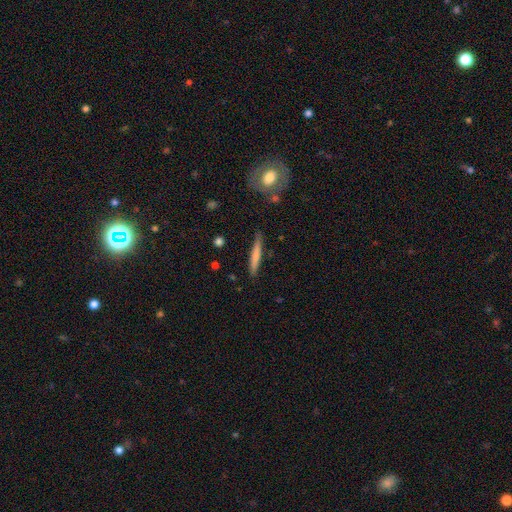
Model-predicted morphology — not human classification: type=smooth (69%); roundness=cigar-shaped (95%); merging=none (86%).